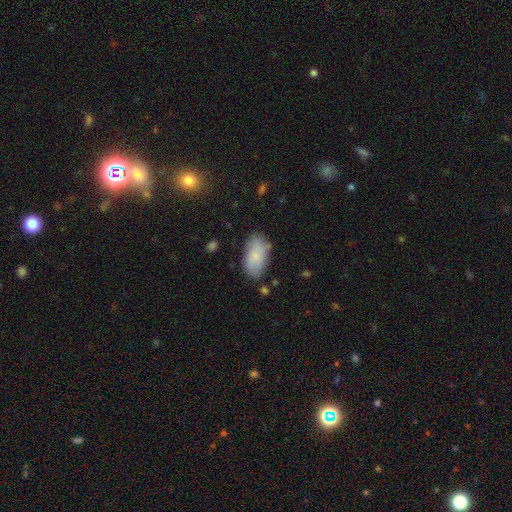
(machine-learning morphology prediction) type=smooth (78%); roundness=in between (94%); merging=none (74%).